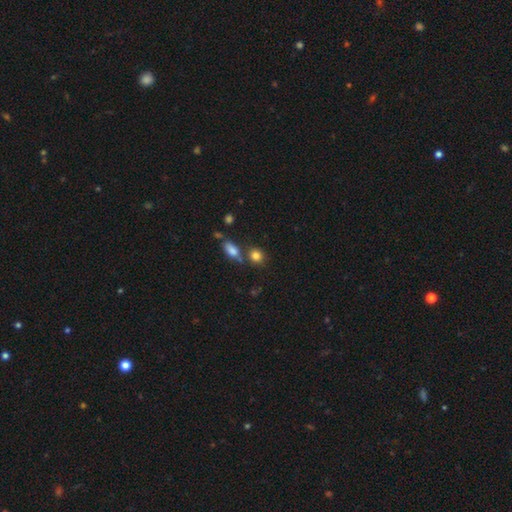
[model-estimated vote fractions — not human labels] Q: Smooth or featured?
A: smooth (83%); runner-up: star or artifact (11%)
Q: How rounded?
A: round (70%); runner-up: in between (28%)
Q: Merging?
A: none (65%); runner-up: merger (20%)